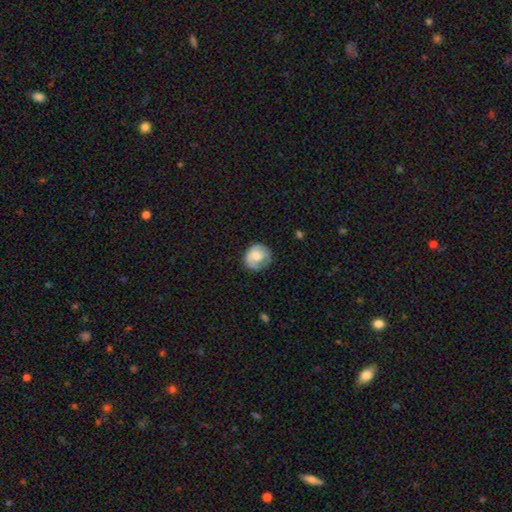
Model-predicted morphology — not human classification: A smooth galaxy with no disk features (61%) that is round (81%).

Vote fractions:
- Smooth or featured? smooth: 61% / featured or disk: 32% / star or artifact: 7%
- How rounded? round: 81% / in between: 18% / cigar-shaped: 1%
- Merging? none: 65% / minor disturbance: 23% / major disturbance: 11% / merger: 2%